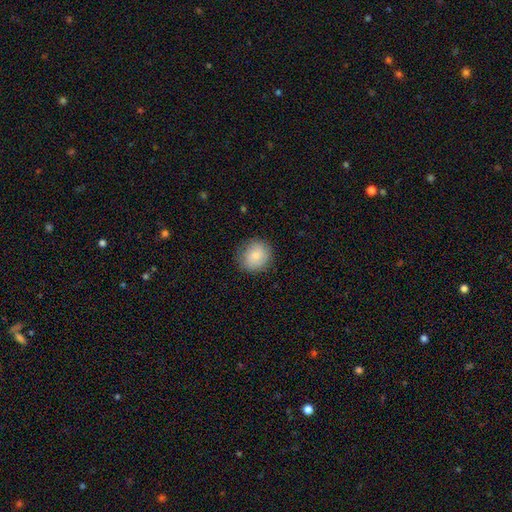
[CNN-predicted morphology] This appears to be a smooth galaxy with no disk features (80%) that is round (87%). Merging: none (84%).